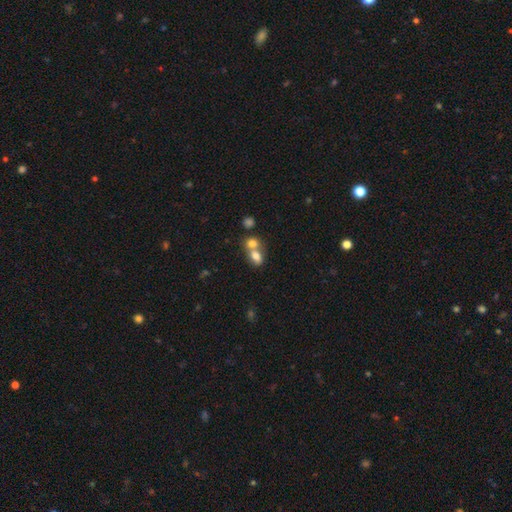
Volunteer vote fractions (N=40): Smooth or featured: smooth — 78% (featured or disk — 12%)
How rounded: in between — 52% (round — 45%)
Merging: merger — 47% (none — 28%)